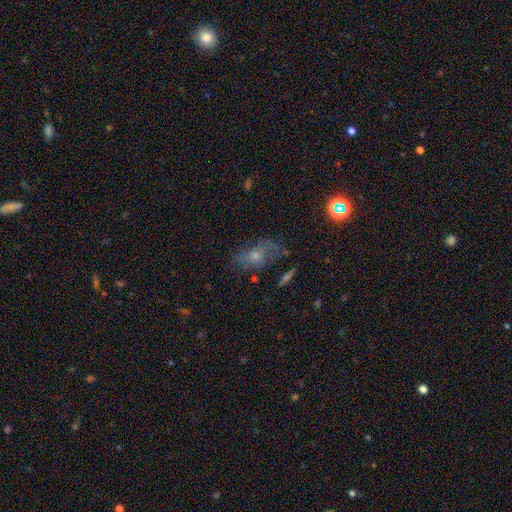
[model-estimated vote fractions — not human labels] Smooth or featured?
  - smooth: 42% *
  - featured or disk: 41%
  - star or artifact: 17%
Merging?
  - none: 49% *
  - minor disturbance: 25%
  - major disturbance: 22%
  - merger: 4%